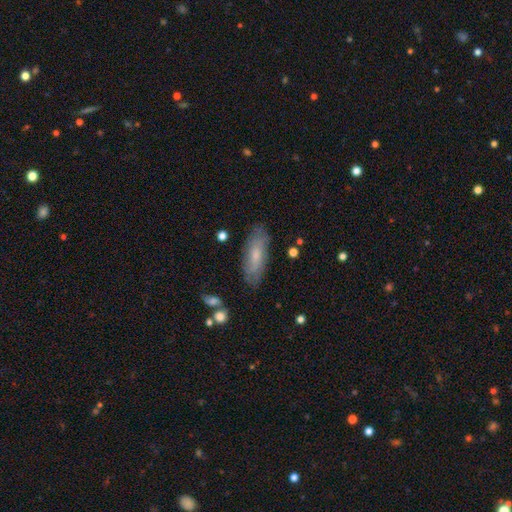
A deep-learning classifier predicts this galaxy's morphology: Smooth or featured? smooth (60%)
How rounded? in between (65%)
Merging? none (80%)